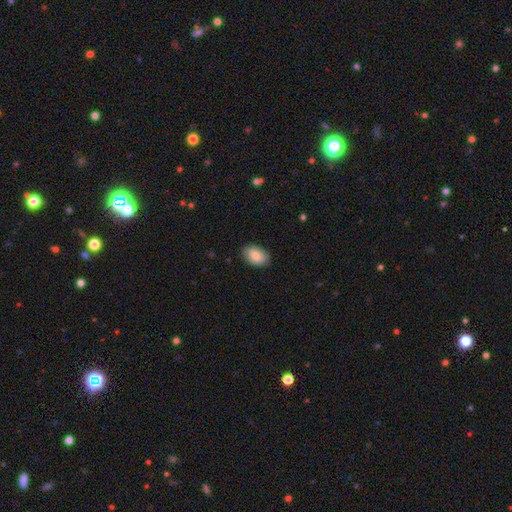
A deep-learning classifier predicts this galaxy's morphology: This is clearly a smooth galaxy (86%). How rounded: clearly in between (89%). Merging: clearly none (86%).